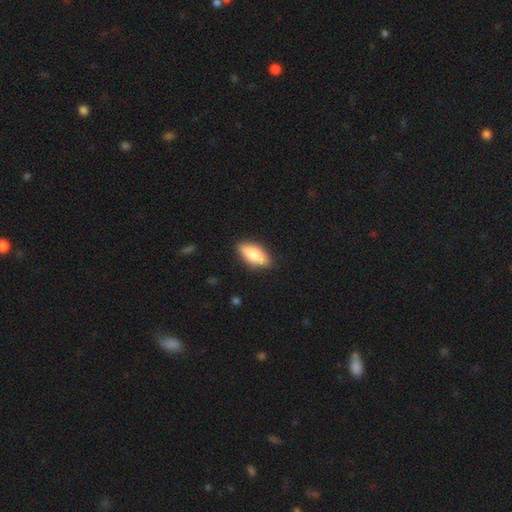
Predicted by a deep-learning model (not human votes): This is likely a smooth galaxy (69%). How rounded: clearly in between (80%). Merging: clearly none (87%).